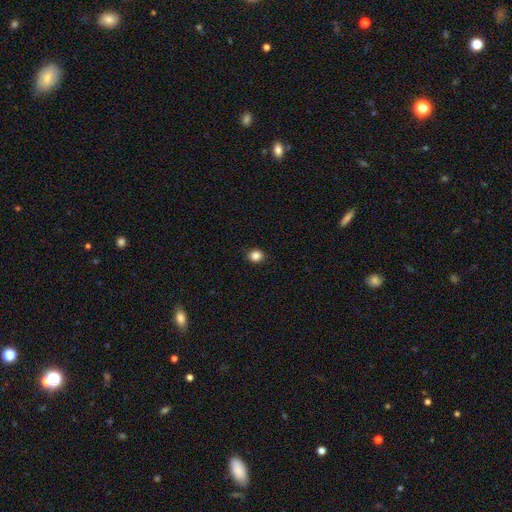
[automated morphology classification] This is clearly a smooth galaxy (86%). How rounded: likely round (79%). Merging: clearly none (91%).